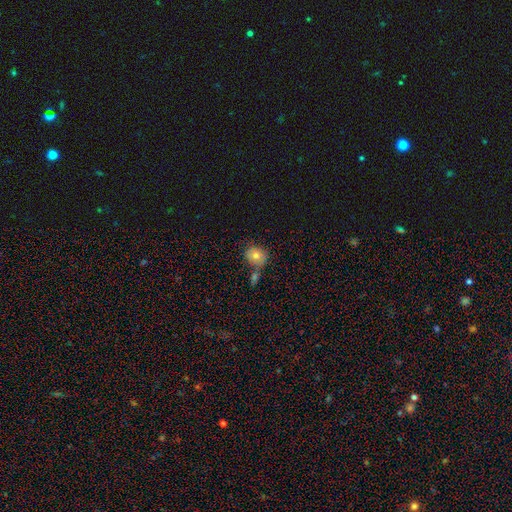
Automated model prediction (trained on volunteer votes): A smooth galaxy with no disk features (75%) that is round (72%). Merging: none (60%).